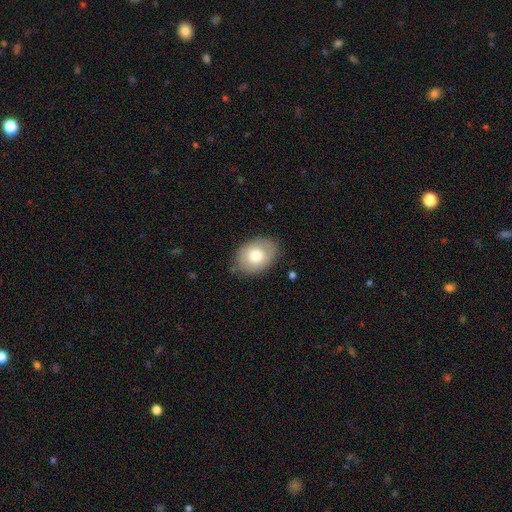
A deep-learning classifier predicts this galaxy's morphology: Smooth or featured: smooth — 72% (featured or disk — 21%)
How rounded: in between — 74% (round — 25%)
Merging: none — 80% (minor disturbance — 15%)